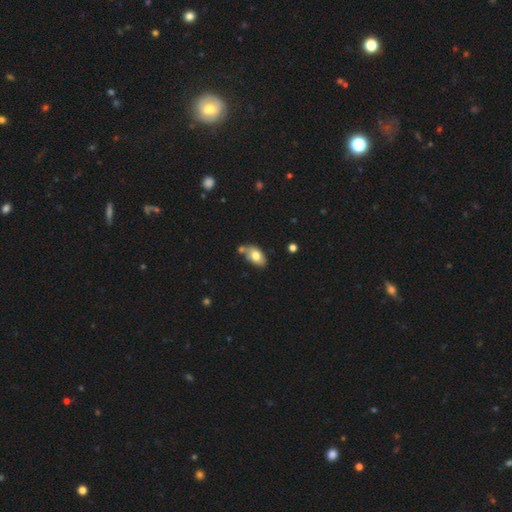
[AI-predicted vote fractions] A smooth galaxy with no disk features (75%) that is in between round and cigar-shaped (91%).

Vote fractions:
- Smooth or featured? smooth: 75% / featured or disk: 18% / star or artifact: 7%
- How rounded? in between: 91% / round: 6% / cigar-shaped: 2%
- Merging? none: 51% / minor disturbance: 22% / merger: 21% / major disturbance: 6%